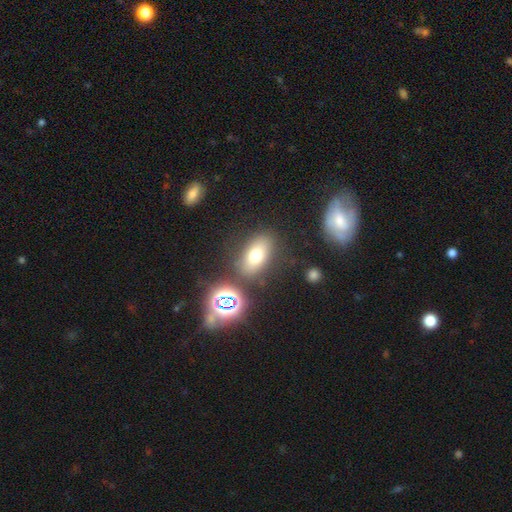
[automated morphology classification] Q: Smooth or featured?
A: smooth (67%); runner-up: featured or disk (17%)
Q: How rounded?
A: in between (80%); runner-up: round (15%)
Q: Merging?
A: none (79%); runner-up: minor disturbance (11%)